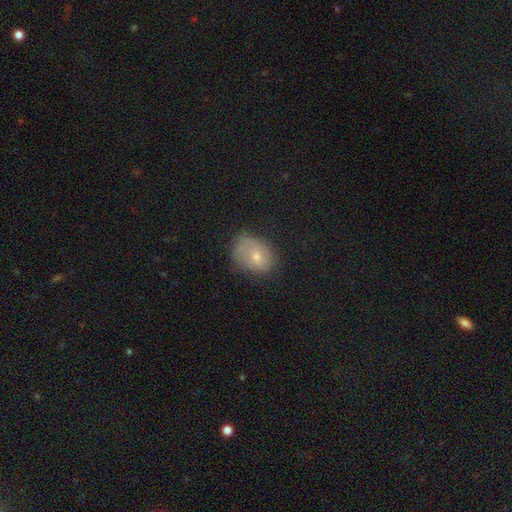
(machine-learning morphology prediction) Q: Smooth or featured?
A: smooth (60%); runner-up: featured or disk (28%)
Q: How rounded?
A: in between (65%); runner-up: round (34%)
Q: Merging?
A: none (51%); runner-up: minor disturbance (33%)